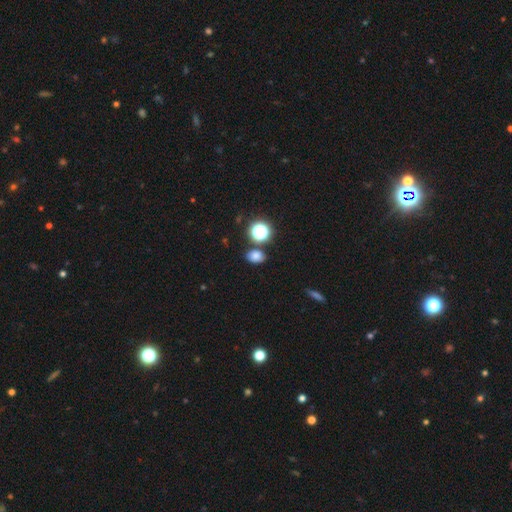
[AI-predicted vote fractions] Morphology: type=smooth (74%); roundness=in between (64%); merging=none (78%).